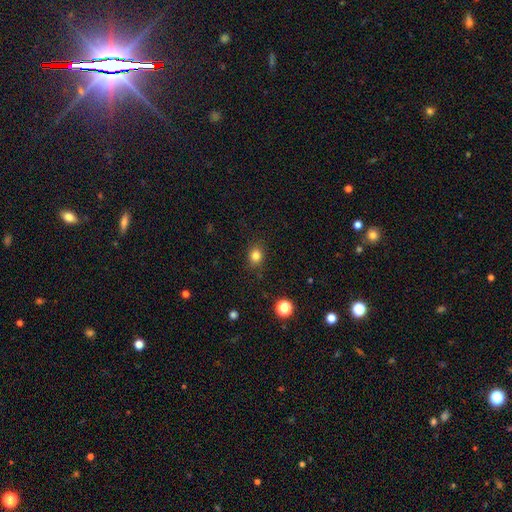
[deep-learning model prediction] A smooth galaxy with no disk features (82%) that is round (57%). Merging: none (85%).